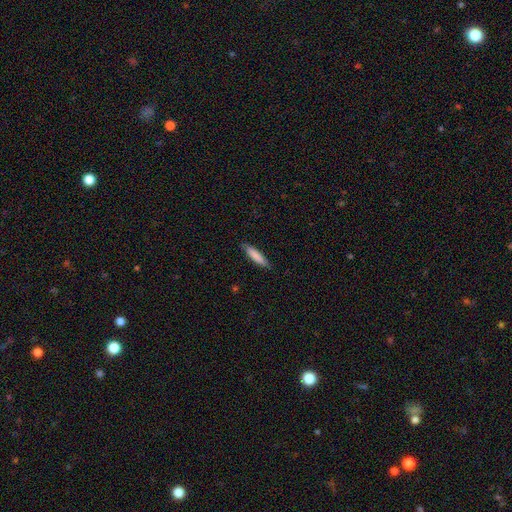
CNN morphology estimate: Smooth or featured? Predicted: smooth (p=0.83). How rounded? Predicted: cigar-shaped (p=0.83). Merging? Predicted: none (p=0.86).